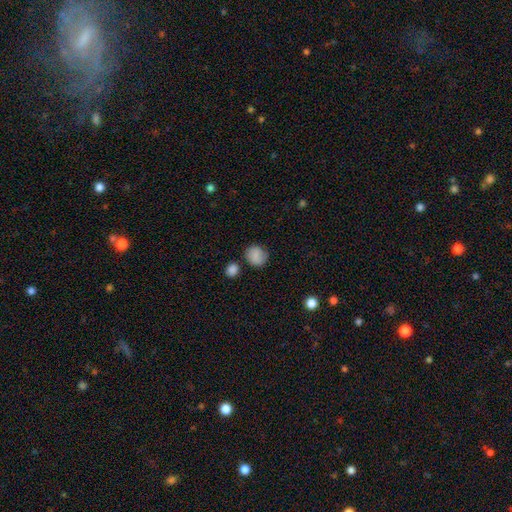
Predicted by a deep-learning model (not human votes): Morphology: type=smooth (83%); roundness=round (80%); merging=none (77%).